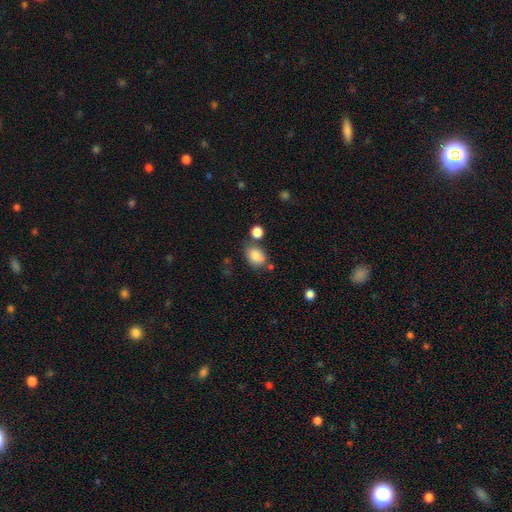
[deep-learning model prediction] This appears to be a smooth galaxy with no disk features (84%) that is in between round and cigar-shaped (65%). Merging: none (67%).